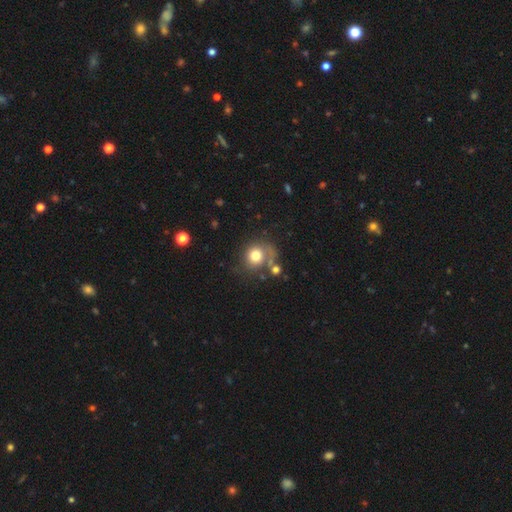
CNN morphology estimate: This is likely a smooth galaxy (74%). How rounded: likely round (79%). Merging: possibly none (52%).